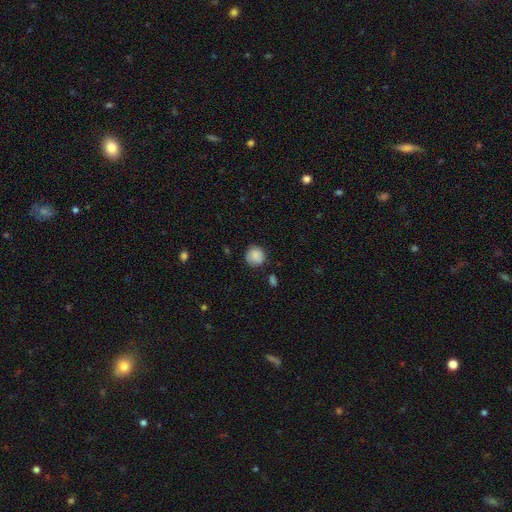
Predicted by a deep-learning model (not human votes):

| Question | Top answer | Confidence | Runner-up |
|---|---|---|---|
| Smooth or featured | smooth | 77% | featured or disk (15%) |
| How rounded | round | 86% | in between (13%) |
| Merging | none | 76% | minor disturbance (17%) |